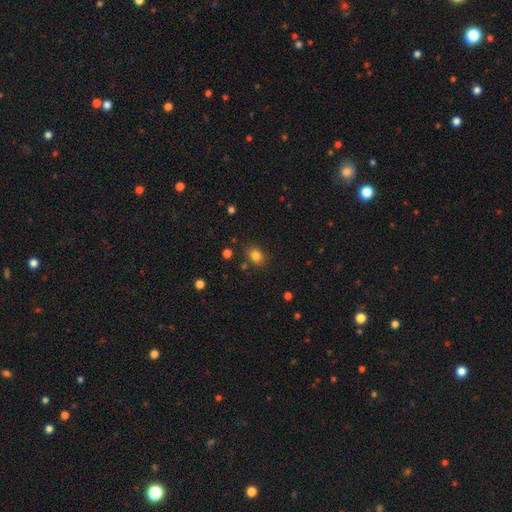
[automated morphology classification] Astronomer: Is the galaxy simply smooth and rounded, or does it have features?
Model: smooth — 81%.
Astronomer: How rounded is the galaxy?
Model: in between — 52% (runner-up: round, 47%).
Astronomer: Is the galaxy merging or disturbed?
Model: none — 80%.